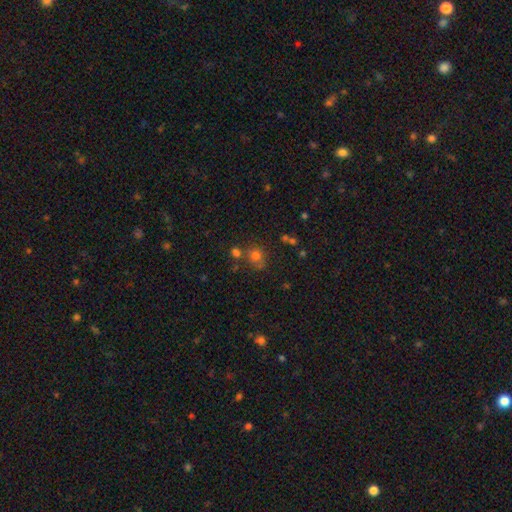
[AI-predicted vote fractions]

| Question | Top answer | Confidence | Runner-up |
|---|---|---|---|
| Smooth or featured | smooth | 72% | star or artifact (17%) |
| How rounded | round | 71% | in between (28%) |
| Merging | none | 54% | merger (20%) |